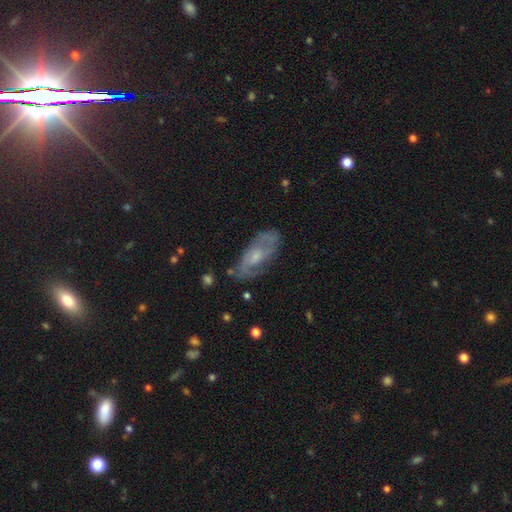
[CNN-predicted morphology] Overall: featured or disk (66%; smooth 26%). Edge-on disk: no (89%). Bar: no (63%; weak 31%). Spiral arms: yes (76%). Bulge size: moderate (44%; small 42%). Merging: none (69%).